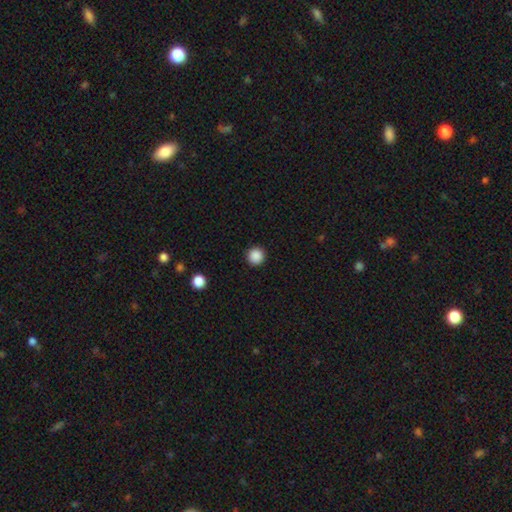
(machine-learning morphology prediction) smooth_or_featured: smooth (p=0.88) [alt: star or artifact p=0.10]
how_rounded: round (p=0.96) [alt: in between p=0.03]
merging: none (p=0.93) [alt: minor disturbance p=0.04]